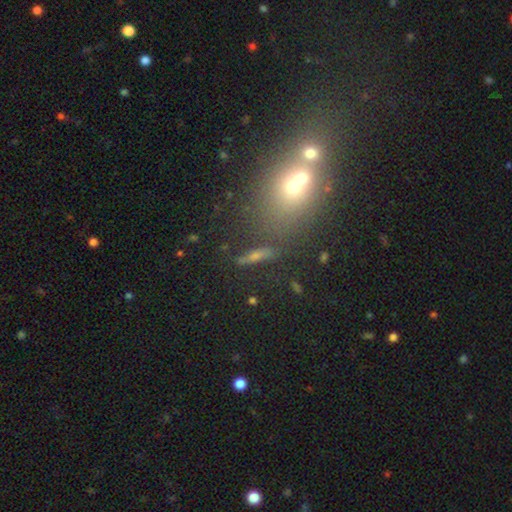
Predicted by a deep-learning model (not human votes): Overall: smooth (41%; star or artifact 34%). Merging: none (45%; merger 39%).